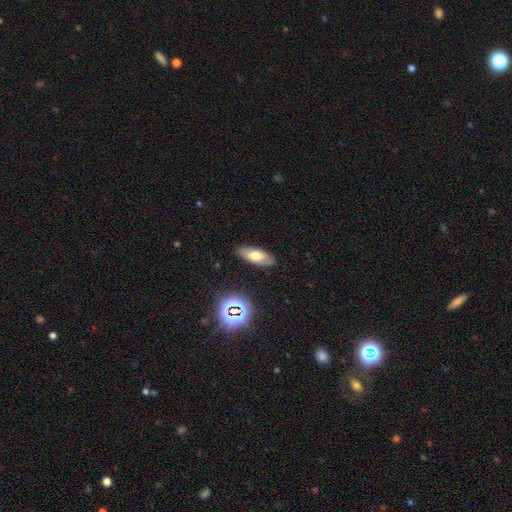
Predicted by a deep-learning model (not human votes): The model was most divided on "smooth or featured": smooth: 61%, featured or disk: 29%, star or artifact: 11%. More confident: merging — none (87%); how rounded — in between (80%).